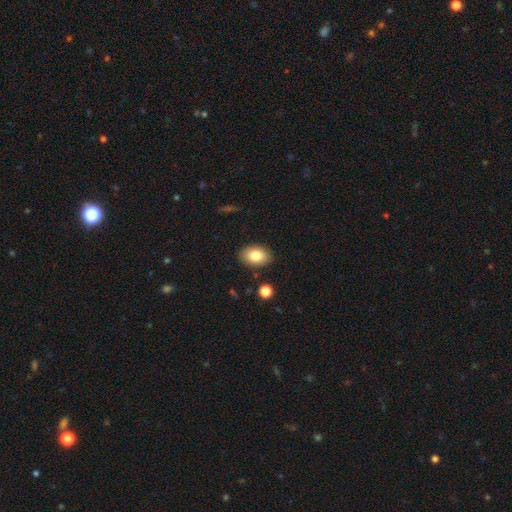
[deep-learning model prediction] Morphology: type=smooth (82%); roundness=in between (84%); merging=none (87%).